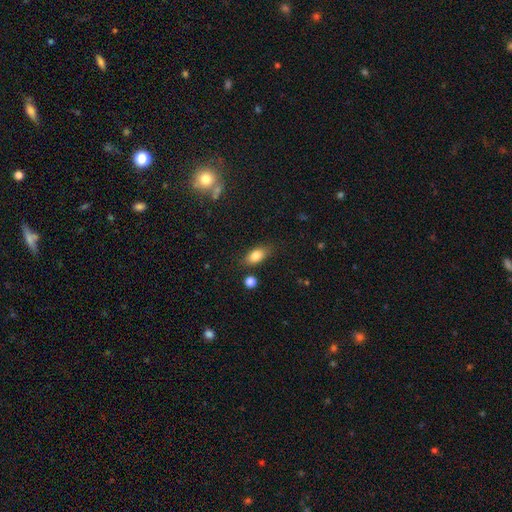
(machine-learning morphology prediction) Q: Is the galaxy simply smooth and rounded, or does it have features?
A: smooth — 82%.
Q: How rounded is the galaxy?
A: in between — 84%.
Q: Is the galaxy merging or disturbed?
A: none — 79%.